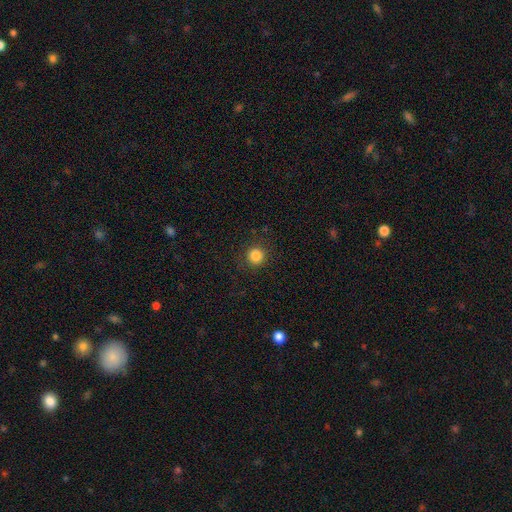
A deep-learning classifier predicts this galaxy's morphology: Smooth or featured? smooth (85%)
How rounded? round (94%)
Merging? none (89%)